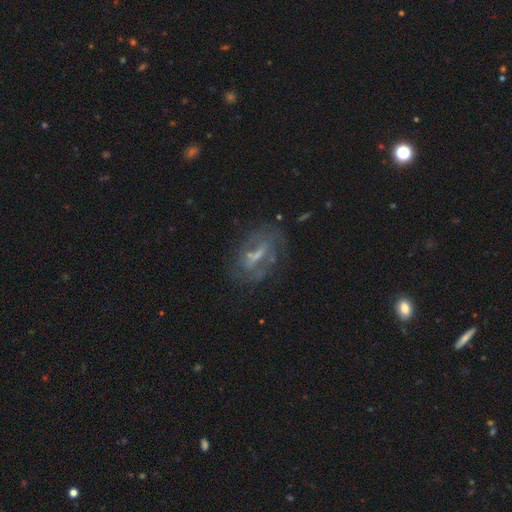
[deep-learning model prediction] Smooth or featured? Predicted: featured or disk (p=0.66). Edge-on disk? Predicted: no (p=0.90). Bar? Predicted: weak (p=0.43). Spiral arms? Predicted: yes (p=0.55). Bulge size? Predicted: small (p=0.37). Merging? Predicted: none (p=0.59).